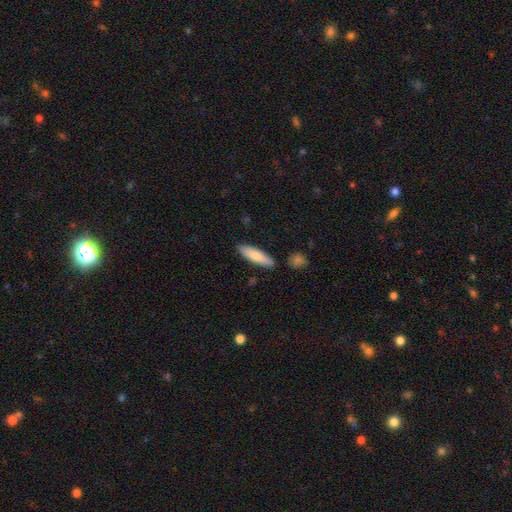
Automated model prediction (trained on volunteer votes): smooth 75%, featured or disk 20%, star or artifact 5%. Down the decision tree: how rounded — cigar-shaped (56%); merging — none (84%).